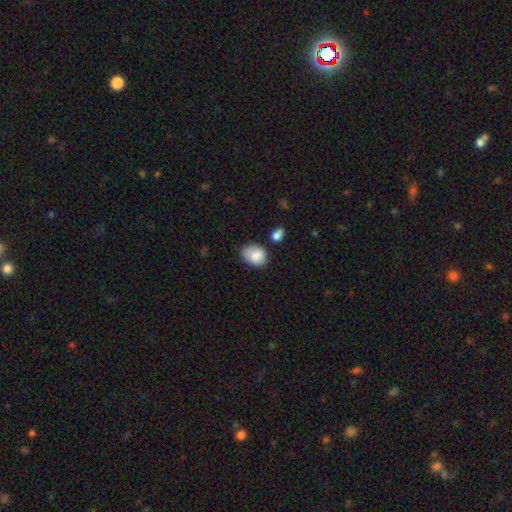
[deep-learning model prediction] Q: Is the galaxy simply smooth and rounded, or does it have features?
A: smooth — 83%.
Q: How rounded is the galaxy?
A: in between — 66%.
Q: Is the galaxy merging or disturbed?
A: none — 55%.